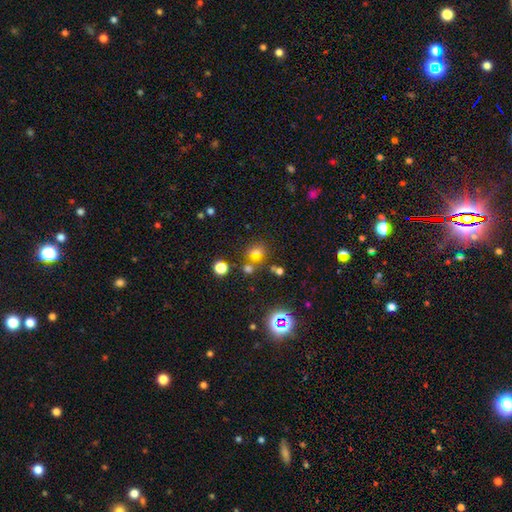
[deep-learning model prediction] Overall: smooth (55%; star or artifact 32%). How rounded: round (71%). Merging: none (60%; merger 25%).